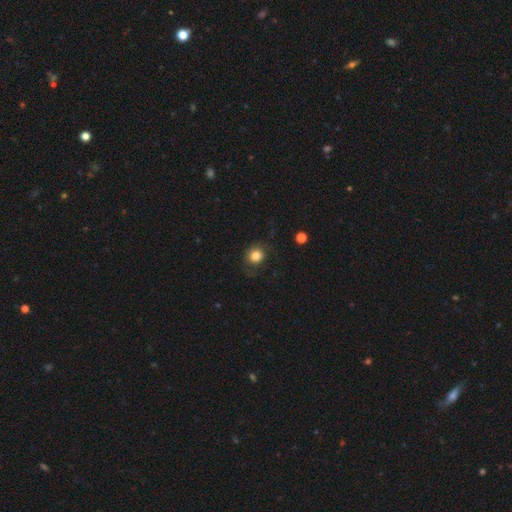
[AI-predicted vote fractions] A smooth galaxy with no disk features (82%) that is round (86%).

Vote fractions:
- Smooth or featured? smooth: 82% / star or artifact: 11% / featured or disk: 7%
- How rounded? round: 86% / in between: 13% / cigar-shaped: 1%
- Merging? none: 78% / minor disturbance: 14% / major disturbance: 6% / merger: 1%